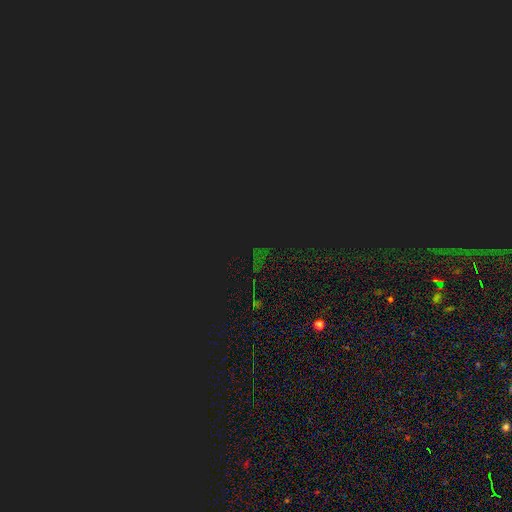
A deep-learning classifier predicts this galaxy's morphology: Smooth or featured? star or artifact (82%)